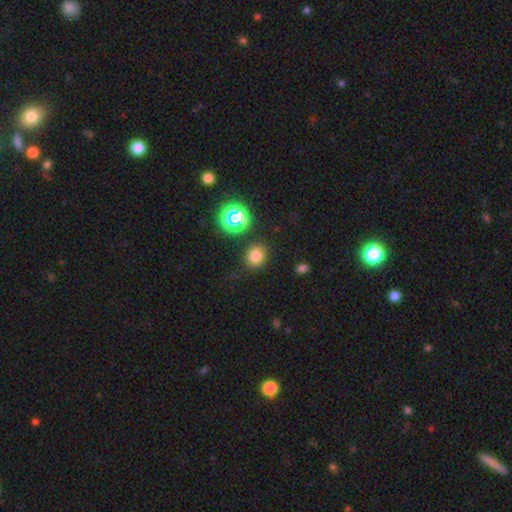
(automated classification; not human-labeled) smooth-or-featured: smooth: 74% | star or artifact: 19% | featured or disk: 7%
  how-rounded: round: 80% | in between: 19% | cigar-shaped: 1%
  merging: none: 82% | minor disturbance: 11% | major disturbance: 4% | merger: 3%